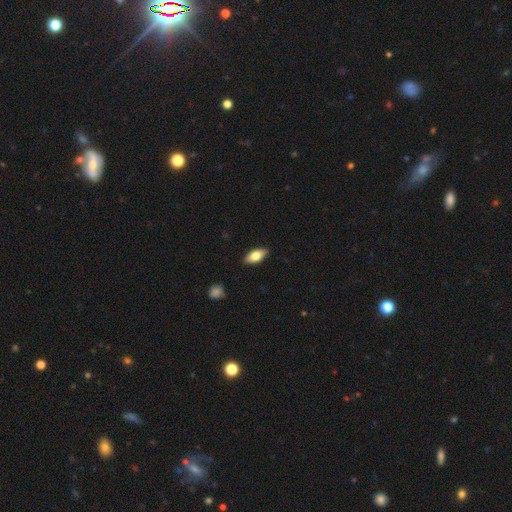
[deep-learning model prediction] This is likely a smooth galaxy (72%). How rounded: clearly in between (86%). Merging: clearly none (88%).